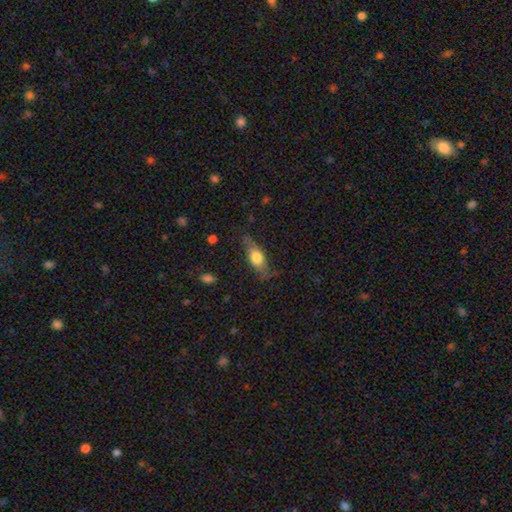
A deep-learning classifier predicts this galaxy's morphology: Q: Smooth or featured?
A: smooth (64%); runner-up: featured or disk (30%)
Q: How rounded?
A: in between (66%); runner-up: cigar-shaped (30%)
Q: Merging?
A: none (70%); runner-up: minor disturbance (22%)